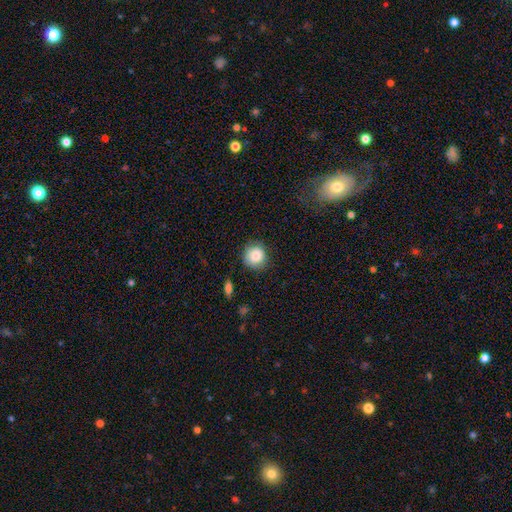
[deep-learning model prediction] Overall: smooth (84%). How rounded: round (90%). Merging: none (80%).